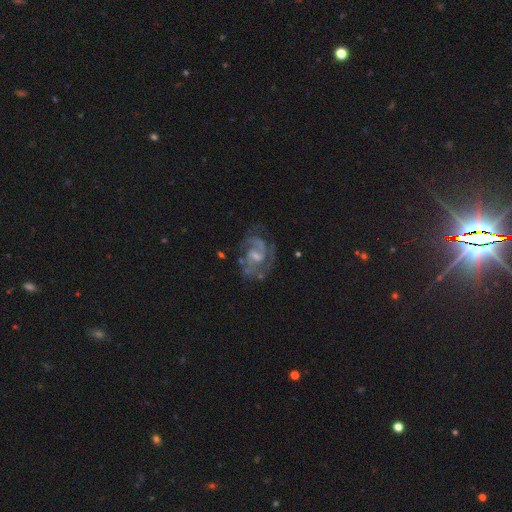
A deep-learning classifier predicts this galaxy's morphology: featured or disk 81%, star or artifact 10%, smooth 9%. Down the decision tree: edge-on disk — no (97%); bar — weak (51%); spiral arms — yes (92%); spiral arm count — 2 (53%); spiral winding — medium (49%); bulge size — small (51%); merging — none (64%).